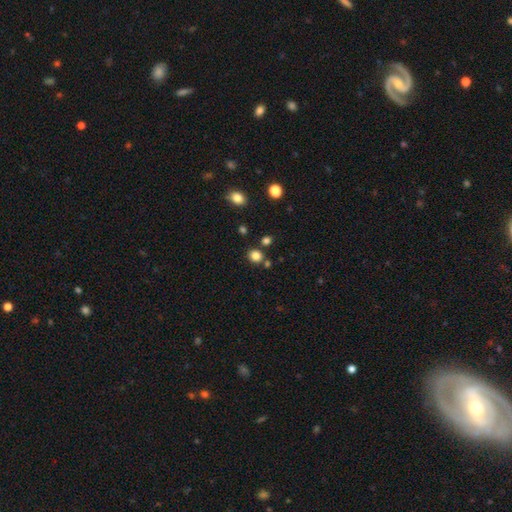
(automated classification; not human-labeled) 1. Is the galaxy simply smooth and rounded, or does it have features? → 82% smooth, 14% star or artifact, 5% featured or disk.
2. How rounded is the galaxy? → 79% round, 20% in between, 1% cigar-shaped.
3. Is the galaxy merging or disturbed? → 79% none, 9% merger, 9% minor disturbance, 3% major disturbance.